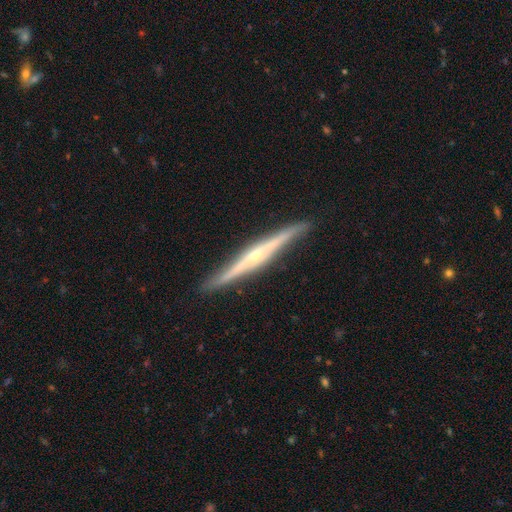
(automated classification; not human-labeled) A featured or disk galaxy (82%) viewed edge-on (97%) with a rounded central bulge (79%). Merging: none (89%).